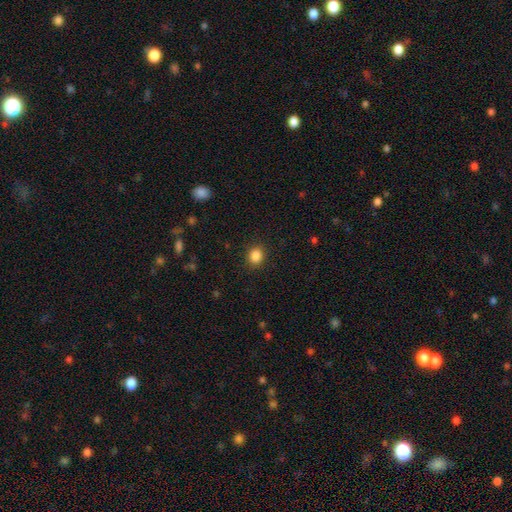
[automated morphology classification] Smooth or featured? Predicted: smooth (p=0.86). How rounded? Predicted: round (p=0.72). Merging? Predicted: none (p=0.90).